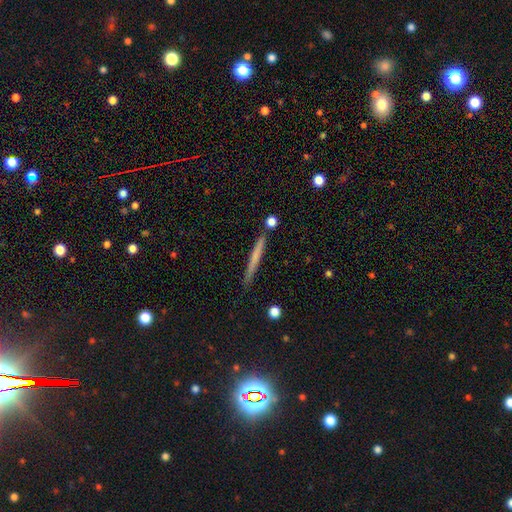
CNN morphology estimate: A smooth galaxy with no disk features (60%) that is cigar-shaped (96%).

Vote fractions:
- Smooth or featured? smooth: 60% / featured or disk: 33% / star or artifact: 7%
- How rounded? cigar-shaped: 96% / in between: 2% / round: 1%
- Merging? none: 84% / minor disturbance: 10% / merger: 3% / major disturbance: 2%